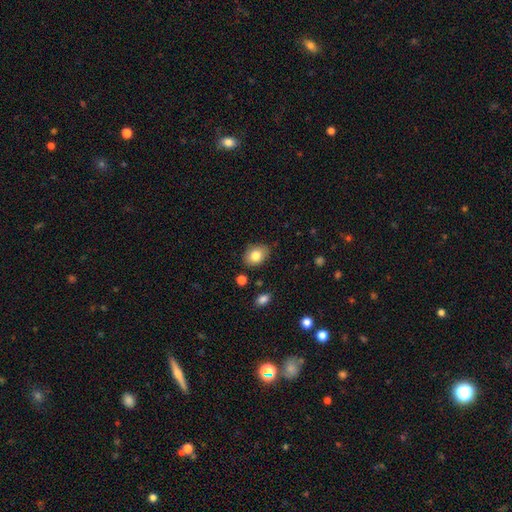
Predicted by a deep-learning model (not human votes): Smooth or featured? Predicted: smooth (p=0.81). How rounded? Predicted: in between (p=0.69). Merging? Predicted: none (p=0.81).